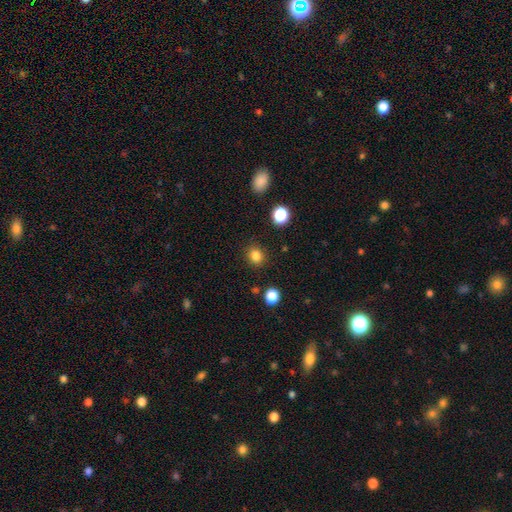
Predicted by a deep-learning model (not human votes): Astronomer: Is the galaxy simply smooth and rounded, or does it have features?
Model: smooth — 82%.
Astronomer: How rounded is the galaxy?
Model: round — 80%.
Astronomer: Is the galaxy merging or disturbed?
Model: none — 89%.